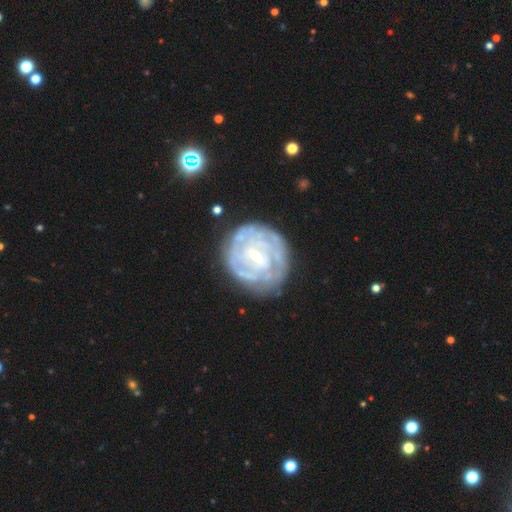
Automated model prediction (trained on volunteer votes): This is likely a featured or disk galaxy (79%). It is clearly not viewed edge-on (98%). Bar: possibly weak (50%). Spiral arm pattern: clearly yes (82%). Spiral arm count: possibly can't tell (52%). Spiral winding: likely tight (75%). Central bulge: likely small (71%). Merging: likely none (75%).